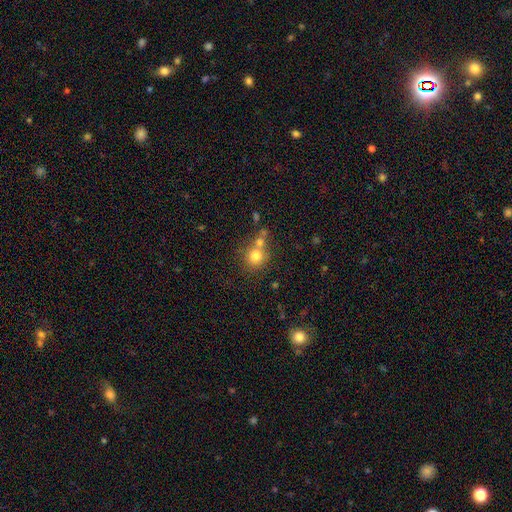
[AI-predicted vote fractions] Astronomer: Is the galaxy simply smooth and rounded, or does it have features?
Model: smooth — 76%.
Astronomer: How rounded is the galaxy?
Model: round — 87%.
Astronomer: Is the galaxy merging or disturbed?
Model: none — 51% (runner-up: merger, 35%).